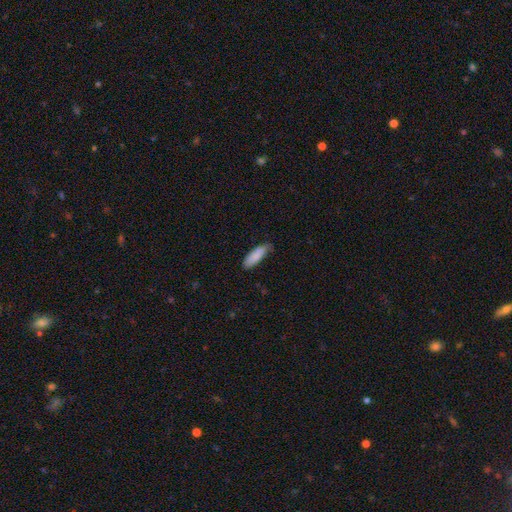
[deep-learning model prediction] This is clearly a smooth galaxy (86%). How rounded: possibly in between (54%). Merging: likely none (70%).